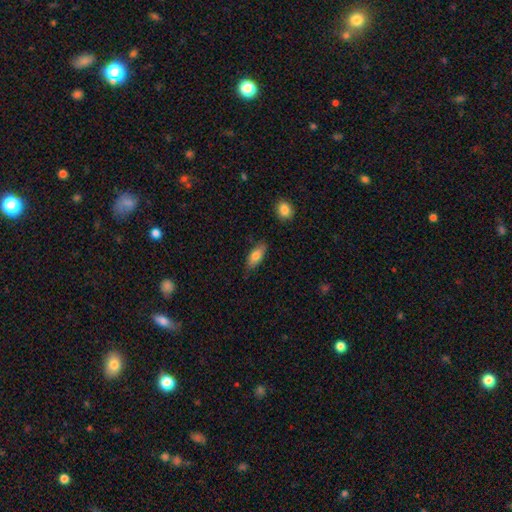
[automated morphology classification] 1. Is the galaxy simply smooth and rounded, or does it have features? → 78% smooth, 15% featured or disk, 7% star or artifact.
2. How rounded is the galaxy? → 82% in between, 15% cigar-shaped, 3% round.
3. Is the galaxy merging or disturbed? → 80% none, 15% minor disturbance, 3% major disturbance, 2% merger.